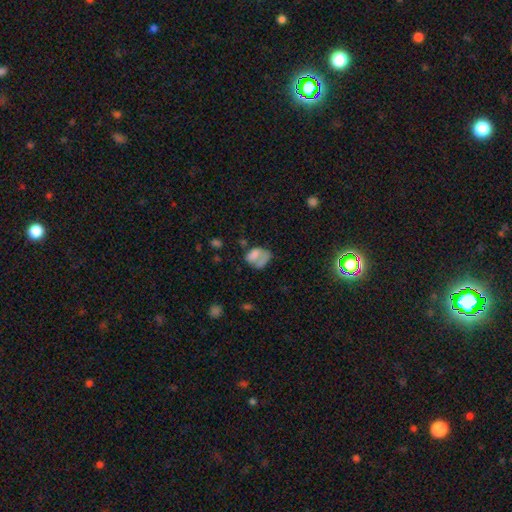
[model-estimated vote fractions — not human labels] Smooth or featured? smooth (61%)
How rounded? in between (72%)
Merging? major disturbance (34%)